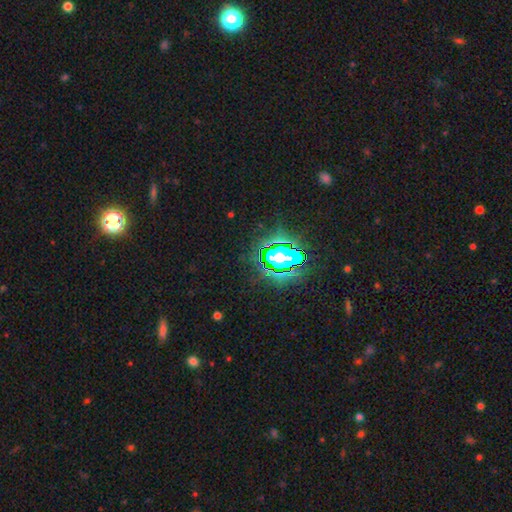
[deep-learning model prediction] This appears to be a star or artifact, not a galaxy (76%).